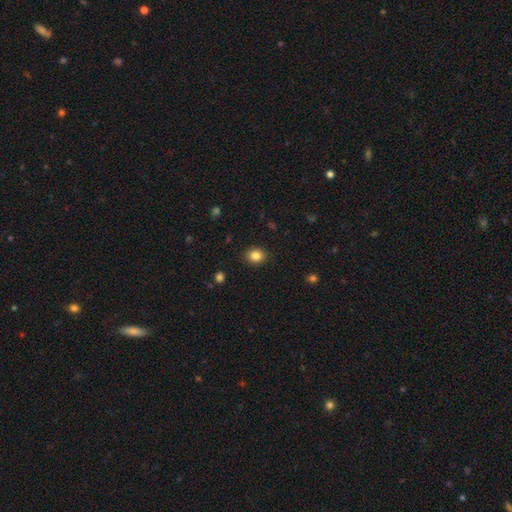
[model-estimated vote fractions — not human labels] This appears to be a smooth galaxy with no disk features (85%) that is round (61%). Merging: none (89%).